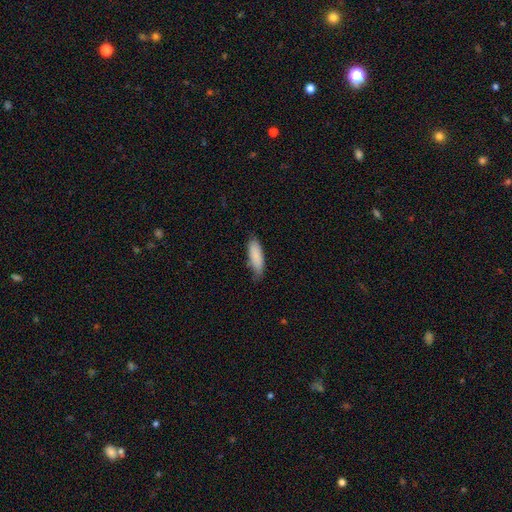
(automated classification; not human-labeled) The model was most divided on "how rounded": in between: 59%, cigar-shaped: 39%, round: 2%. More confident: smooth or featured — smooth (86%); merging — none (67%).